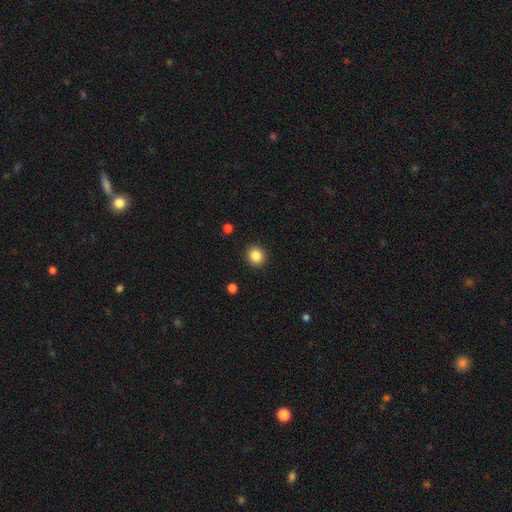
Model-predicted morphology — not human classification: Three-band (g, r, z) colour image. It shows a smooth galaxy with no disk features (85%) that is round (83%). Merging: none (91%).